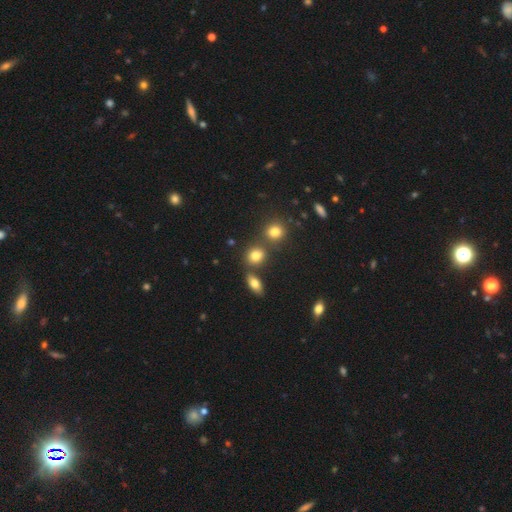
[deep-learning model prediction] Overall: smooth (79%). How rounded: round (65%; in between 33%). Merging: none (63%).